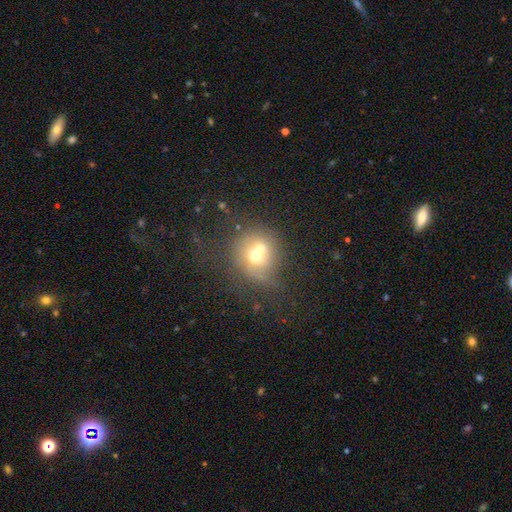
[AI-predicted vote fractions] The model was most divided on "smooth or featured": smooth: 54%, featured or disk: 32%, star or artifact: 14%. More confident: how rounded — round (79%); merging — merger (58%).